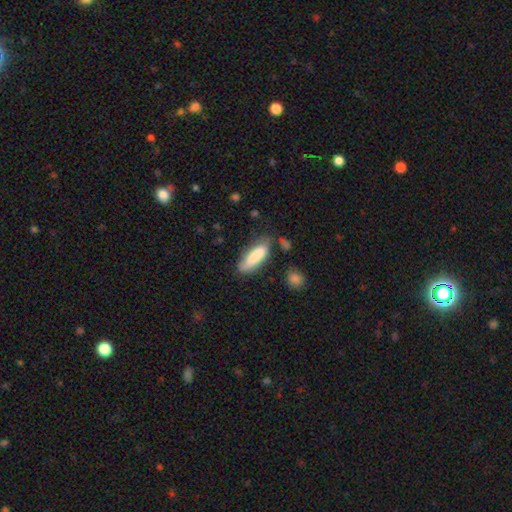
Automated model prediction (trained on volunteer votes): Morphology: type=smooth (82%); roundness=in between (51%); merging=none (63%).